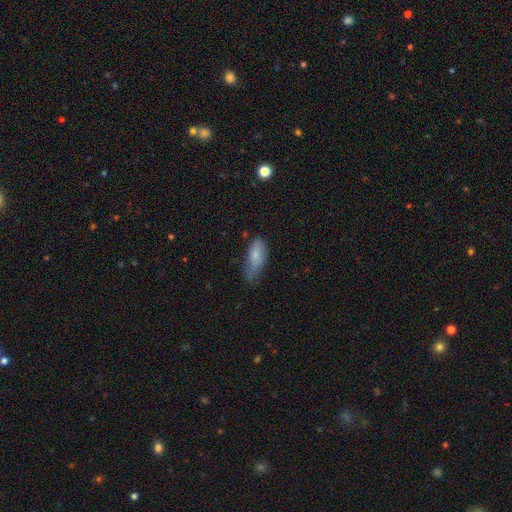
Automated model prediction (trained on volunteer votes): Morphology: type=smooth (76%); roundness=in between (81%); merging=minor disturbance (43%).